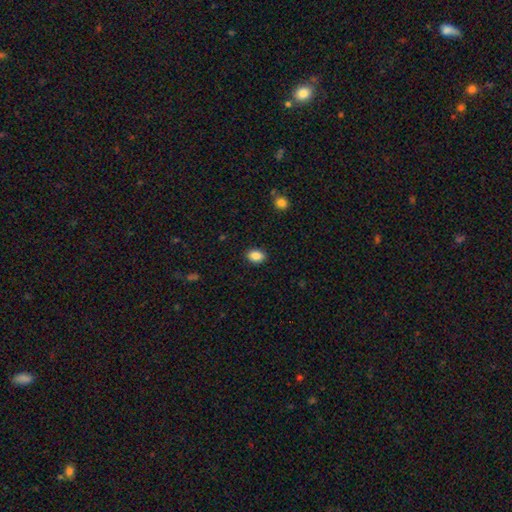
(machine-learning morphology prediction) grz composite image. It shows a smooth galaxy with no disk features (87%) that is in between round and cigar-shaped (77%). Merging: none (89%).